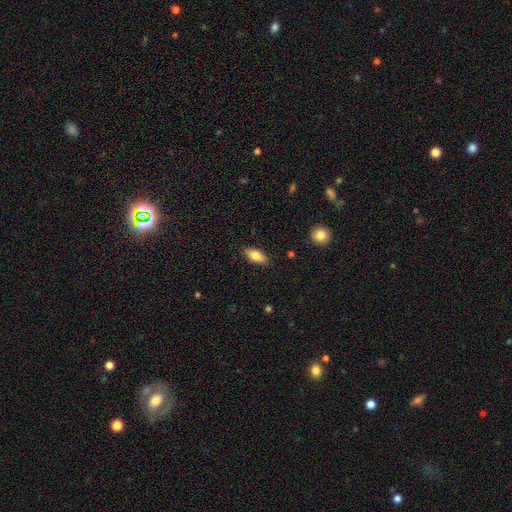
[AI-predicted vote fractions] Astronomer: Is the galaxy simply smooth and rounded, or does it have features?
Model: smooth — 79%.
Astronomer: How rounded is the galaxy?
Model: in between — 88%.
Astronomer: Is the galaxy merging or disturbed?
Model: none — 87%.